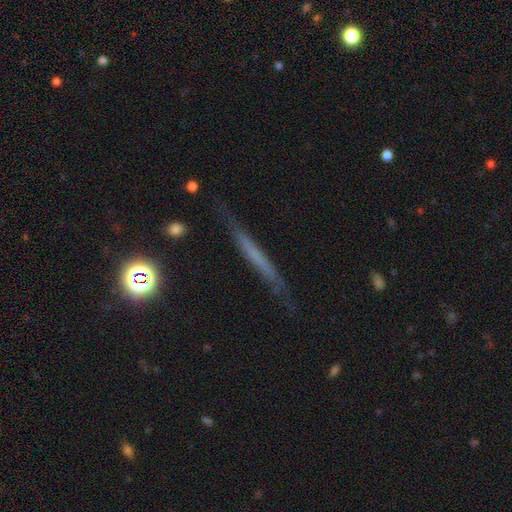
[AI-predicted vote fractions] smooth-or-featured: featured or disk: 46% | smooth: 42% | star or artifact: 13%
  merging: none: 79% | minor disturbance: 15% | major disturbance: 4% | merger: 2%